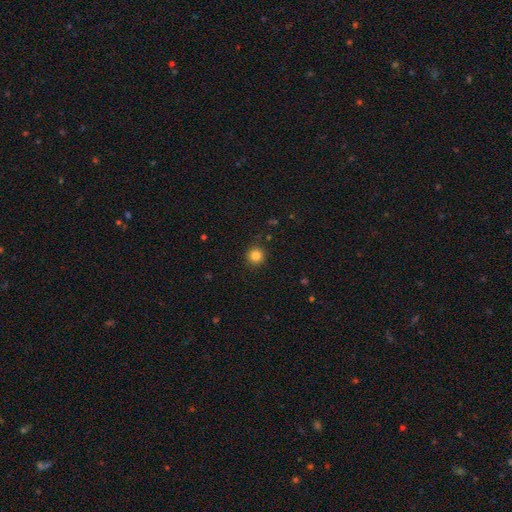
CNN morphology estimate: Overall: smooth (83%). How rounded: round (94%). Merging: none (91%).